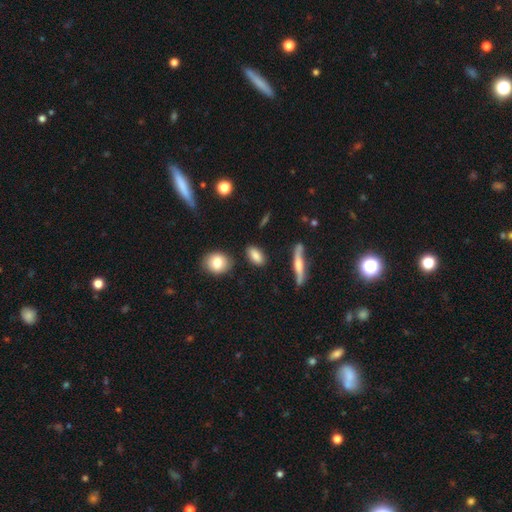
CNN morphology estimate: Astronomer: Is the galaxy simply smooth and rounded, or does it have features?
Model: smooth — 80%.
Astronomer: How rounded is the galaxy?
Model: in between — 81%.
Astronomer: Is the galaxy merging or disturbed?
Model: none — 83%.